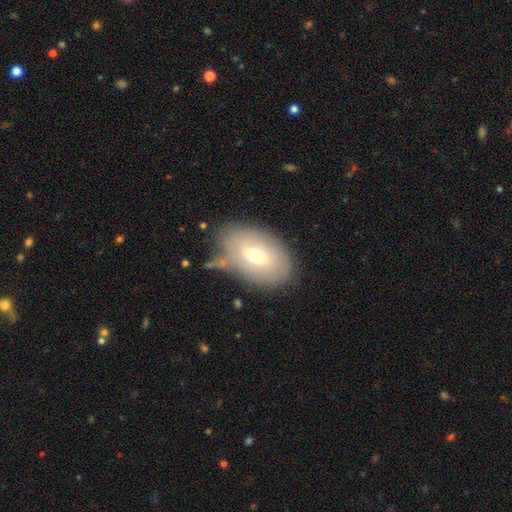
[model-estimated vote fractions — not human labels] smooth_or_featured: smooth (p=0.63) [alt: featured or disk p=0.29]
how_rounded: in between (p=0.89) [alt: round p=0.10]
merging: none (p=0.71) [alt: minor disturbance p=0.17]